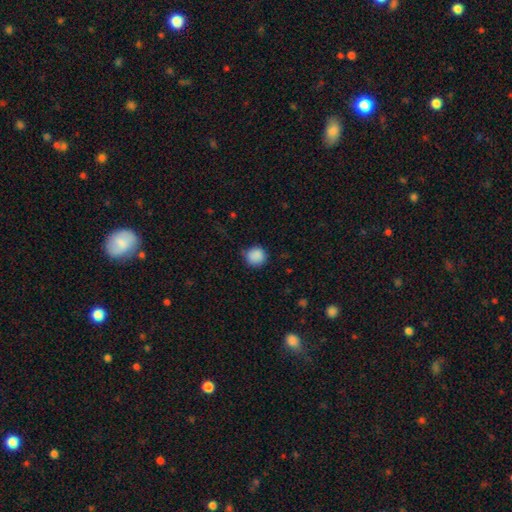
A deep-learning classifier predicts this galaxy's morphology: type=smooth (88%); roundness=round (92%); merging=none (73%).